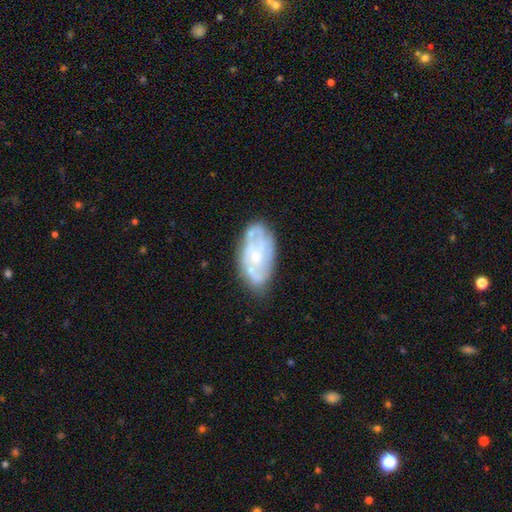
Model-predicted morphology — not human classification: A featured or disk galaxy (72%) with no bar (70%), spiral arms (71%) and a small central bulge (60%). Merging: none (68%).